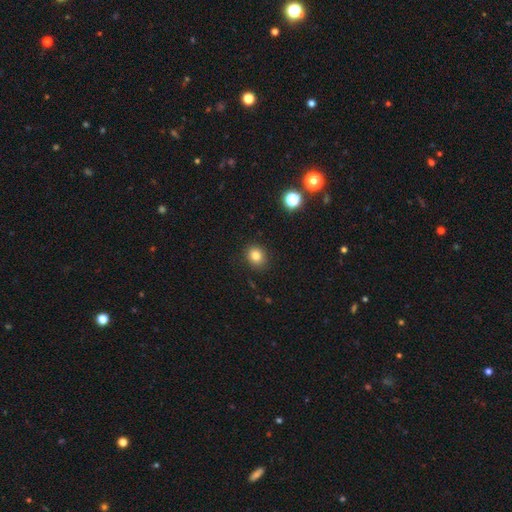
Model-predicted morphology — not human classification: This is clearly a smooth galaxy (82%). How rounded: likely round (68%). Merging: clearly none (88%).